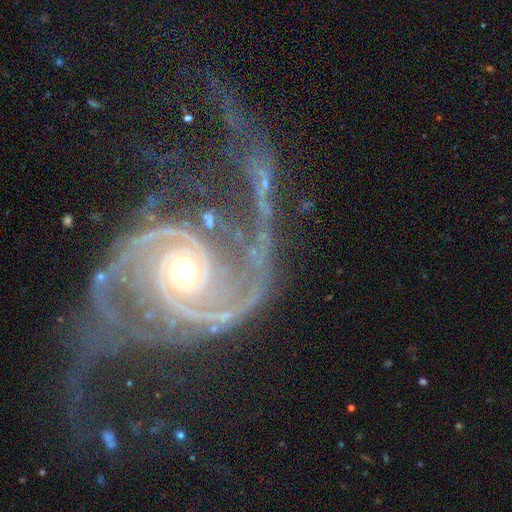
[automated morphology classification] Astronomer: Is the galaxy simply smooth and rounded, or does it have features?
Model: featured or disk — 92%.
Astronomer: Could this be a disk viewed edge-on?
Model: no — 98%.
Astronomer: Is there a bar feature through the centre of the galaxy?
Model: no — 68%.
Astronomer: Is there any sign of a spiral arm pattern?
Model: yes — 98%.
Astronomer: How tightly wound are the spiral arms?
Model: tight — 42%, tied with medium at 42%.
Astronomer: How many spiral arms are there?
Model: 2 — 66%.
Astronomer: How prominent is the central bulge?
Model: moderate — 69%.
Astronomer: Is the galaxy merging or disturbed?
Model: none — 43% (runner-up: major disturbance, 31%).